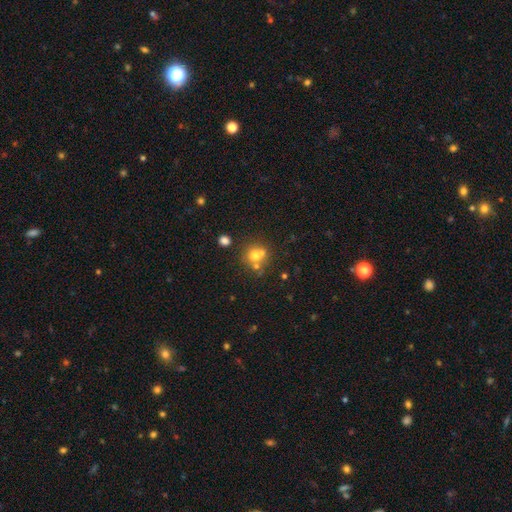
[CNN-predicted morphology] The model was most divided on "merging": none: 48%, merger: 38%, minor disturbance: 9%, major disturbance: 4%. More confident: how rounded — round (83%); smooth or featured — smooth (65%).